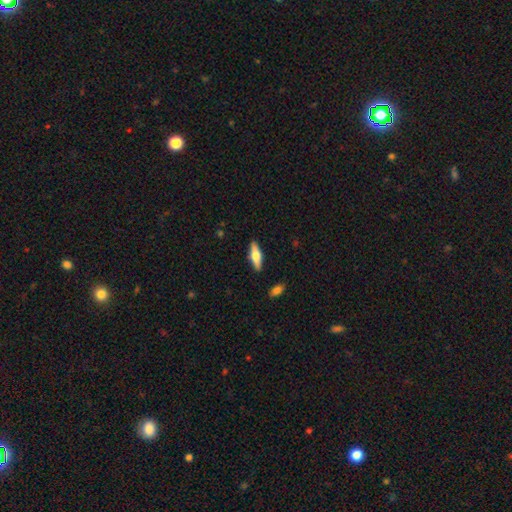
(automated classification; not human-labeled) Smooth or featured?
  - smooth: 49% *
  - featured or disk: 46%
  - star or artifact: 6%
Merging?
  - none: 89% *
  - minor disturbance: 8%
  - major disturbance: 2%
  - merger: 1%